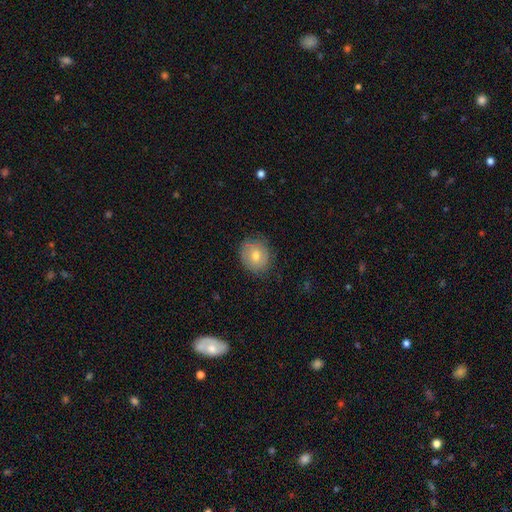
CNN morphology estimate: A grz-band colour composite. It shows a smooth galaxy with no disk features (59%) that is round (73%). Merging: none (80%).